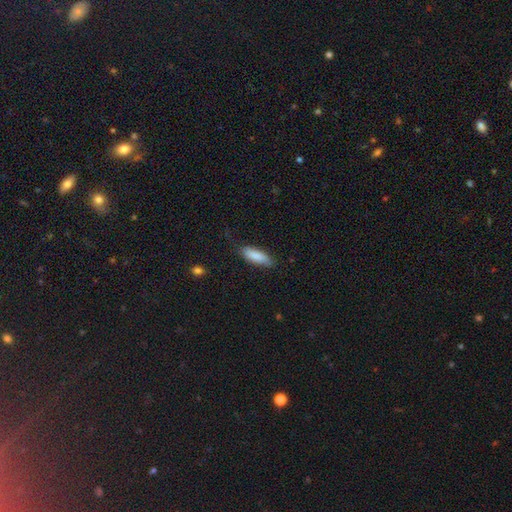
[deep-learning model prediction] The model was most divided on "how rounded": in between: 65%, cigar-shaped: 33%, round: 2%. More confident: smooth or featured — smooth (85%); merging — none (76%).